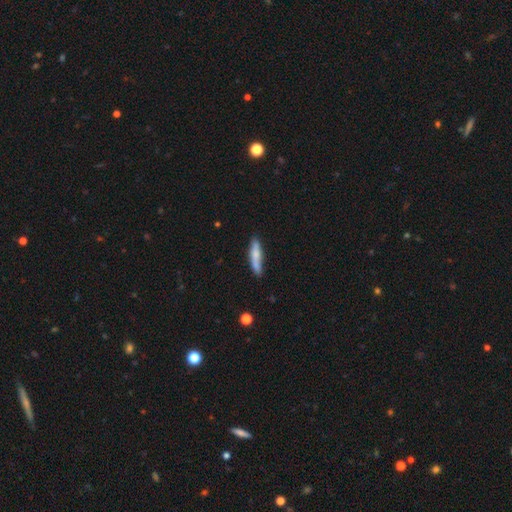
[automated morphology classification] Smooth or featured? Predicted: smooth (p=0.71). How rounded? Predicted: cigar-shaped (p=0.83). Merging? Predicted: none (p=0.72).